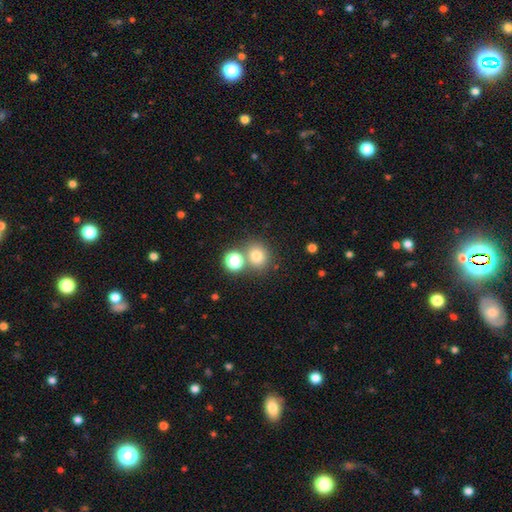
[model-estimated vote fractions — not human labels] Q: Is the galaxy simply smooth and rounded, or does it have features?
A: smooth — 76%.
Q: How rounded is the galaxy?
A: round — 80%.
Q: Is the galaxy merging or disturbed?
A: none — 67%.